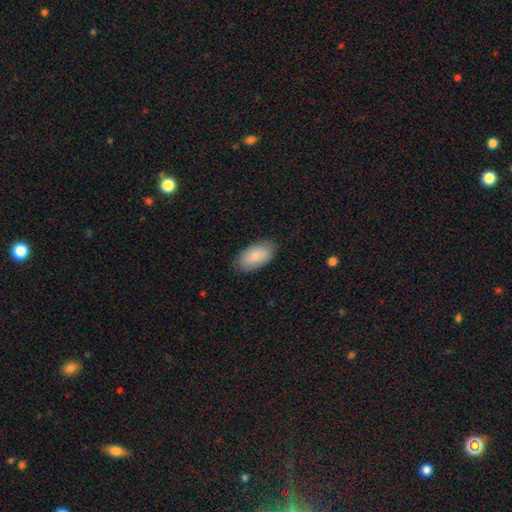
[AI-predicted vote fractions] Overall: smooth (85%). How rounded: in between (95%). Merging: none (85%).